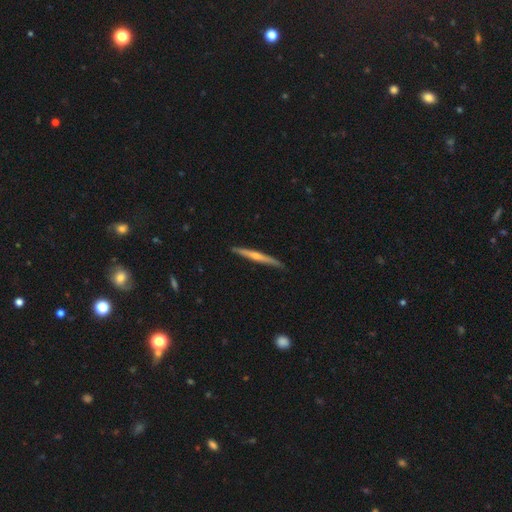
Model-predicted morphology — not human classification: type=featured or disk (72%); edge-on=yes (98%); edge-on bulge=rounded (78%); merging=none (90%).